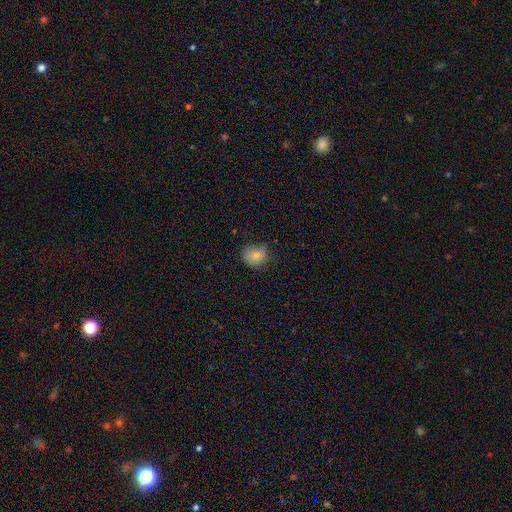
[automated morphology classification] A smooth galaxy with no disk features (80%) that is round (76%). Merging: none (68%).